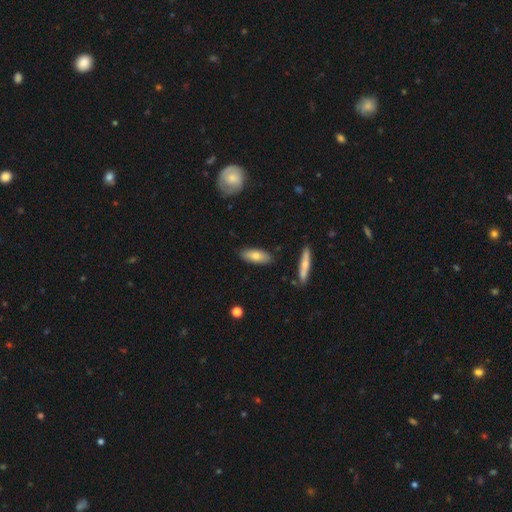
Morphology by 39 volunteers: This appears to be a smooth galaxy with no disk features (74%) that is in between round and cigar-shaped (79%). Merging: none (92%).